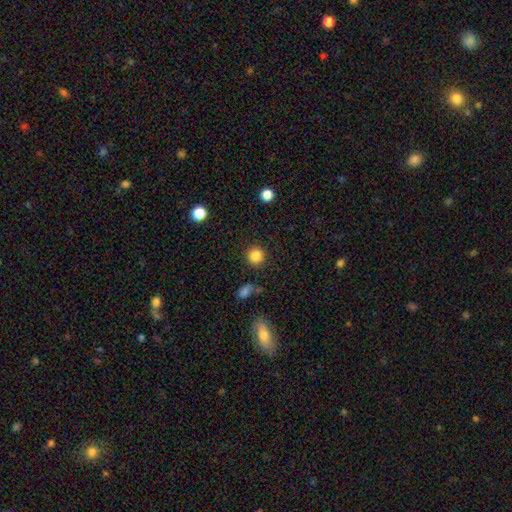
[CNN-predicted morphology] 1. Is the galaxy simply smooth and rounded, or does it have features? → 85% smooth, 11% star or artifact, 4% featured or disk.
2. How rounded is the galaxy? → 92% round, 7% in between, 1% cigar-shaped.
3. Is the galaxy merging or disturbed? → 88% none, 7% minor disturbance, 3% major disturbance, 2% merger.